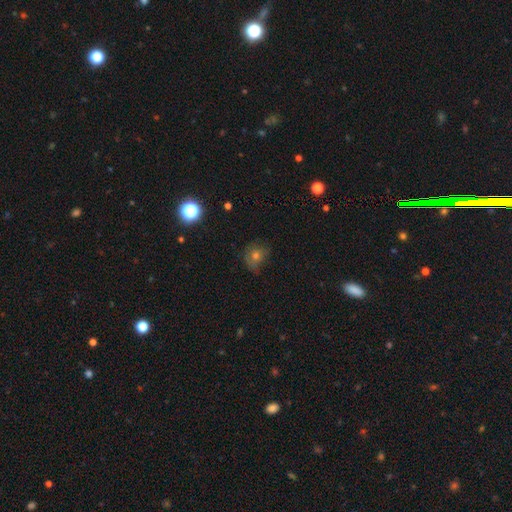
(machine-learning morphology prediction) smooth-or-featured: smooth: 55% | star or artifact: 25% | featured or disk: 20%
  how-rounded: round: 77% | in between: 21% | cigar-shaped: 1%
  merging: none: 65% | minor disturbance: 23% | major disturbance: 10% | merger: 2%